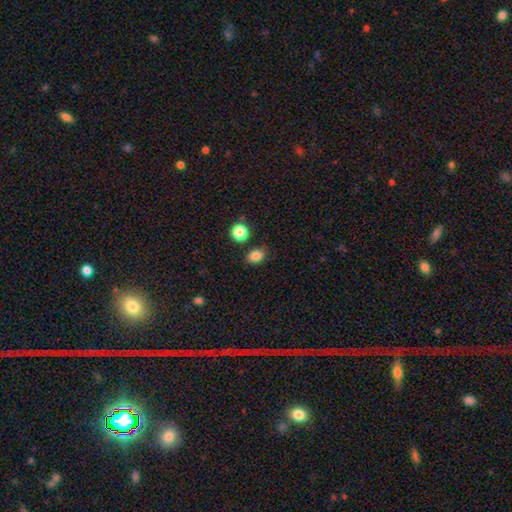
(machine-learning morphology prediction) This is clearly a smooth galaxy (84%). How rounded: likely in between (64%). Merging: likely none (79%).